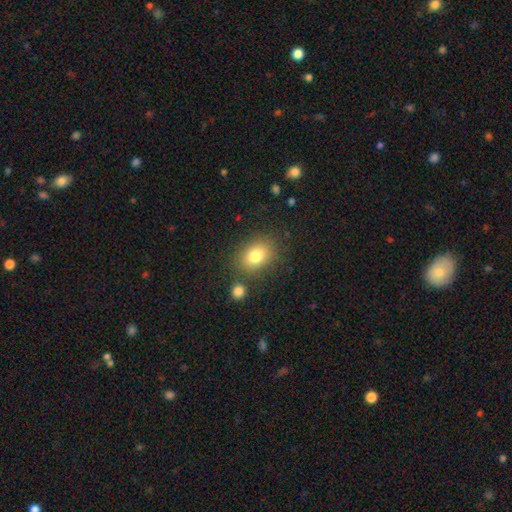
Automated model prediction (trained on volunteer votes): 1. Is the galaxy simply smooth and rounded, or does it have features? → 80% smooth, 10% star or artifact, 10% featured or disk.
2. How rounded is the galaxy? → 66% in between, 32% round, 1% cigar-shaped.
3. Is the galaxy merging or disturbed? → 77% none, 12% minor disturbance, 7% merger, 4% major disturbance.